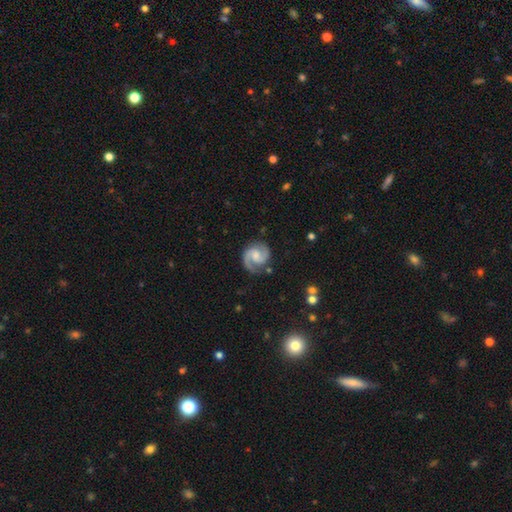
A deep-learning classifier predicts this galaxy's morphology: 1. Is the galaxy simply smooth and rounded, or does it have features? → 89% featured or disk, 7% smooth, 4% star or artifact.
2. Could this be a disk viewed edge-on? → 98% no, 2% yes.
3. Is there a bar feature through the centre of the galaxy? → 46% weak, 45% no, 9% strong.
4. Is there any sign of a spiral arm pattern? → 98% yes, 2% no.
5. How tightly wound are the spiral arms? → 56% medium, 30% tight, 14% loose.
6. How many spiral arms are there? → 89% 2, 5% 1, 2% can't tell, 1% 3, 1% 4, 1% more than 4.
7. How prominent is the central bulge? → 39% moderate, 31% small, 22% none, 7% large, 1% dominant.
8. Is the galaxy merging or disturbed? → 78% none, 15% minor disturbance, 5% major disturbance, 2% merger.